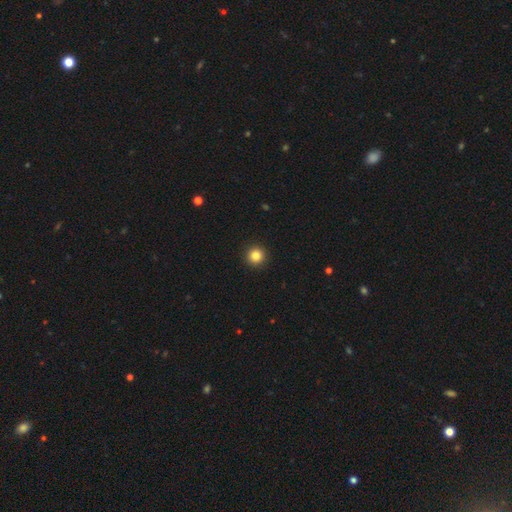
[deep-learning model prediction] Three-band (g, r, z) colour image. It shows a smooth galaxy with no disk features (84%) that is round (96%). Merging: none (94%).